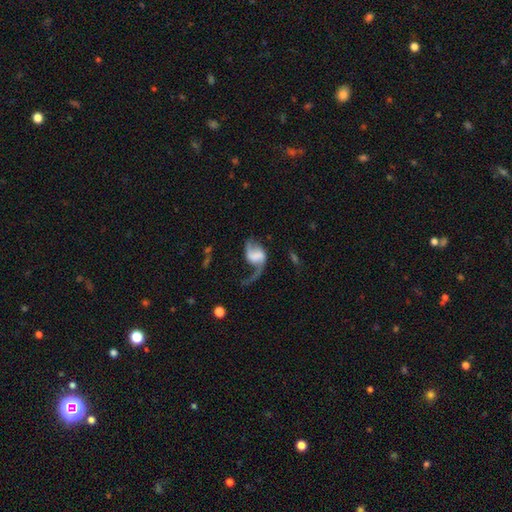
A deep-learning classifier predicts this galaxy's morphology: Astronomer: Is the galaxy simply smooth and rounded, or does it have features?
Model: featured or disk — 78%.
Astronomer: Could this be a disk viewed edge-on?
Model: no — 98%.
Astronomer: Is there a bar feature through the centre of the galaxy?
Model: weak — 42% (runner-up: no, 37%).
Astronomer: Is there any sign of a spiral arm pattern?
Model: yes — 92%.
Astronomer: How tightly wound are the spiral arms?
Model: loose — 79%.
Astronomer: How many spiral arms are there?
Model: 2 — 68%.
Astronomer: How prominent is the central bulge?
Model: none — 51%.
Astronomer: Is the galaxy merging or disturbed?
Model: major disturbance — 41% (runner-up: none, 36%).